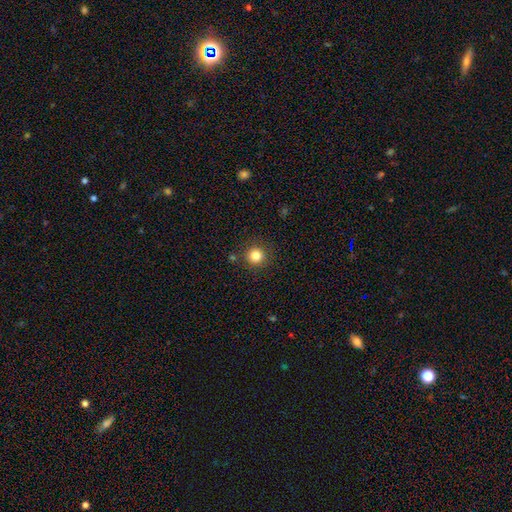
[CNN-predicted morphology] Smooth or featured?
  - smooth: 83% *
  - star or artifact: 12%
  - featured or disk: 5%
How rounded?
  - round: 95% *
  - in between: 4%
  - cigar-shaped: 1%
Merging?
  - none: 88% *
  - minor disturbance: 7%
  - major disturbance: 3%
  - merger: 2%